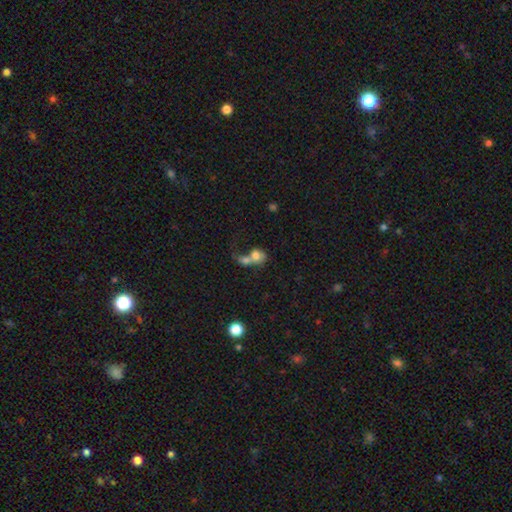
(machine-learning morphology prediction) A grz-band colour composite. It shows a smooth galaxy with no disk features (68%) that is round (52%). Merging: merger (75%).